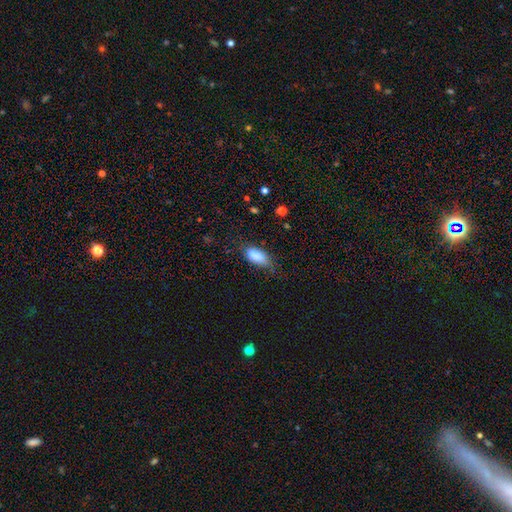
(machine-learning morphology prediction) A smooth galaxy with no disk features (85%) that is in between round and cigar-shaped (86%).

Vote fractions:
- Smooth or featured? smooth: 85% / featured or disk: 8% / star or artifact: 7%
- How rounded? in between: 86% / cigar-shaped: 11% / round: 3%
- Merging? none: 60% / minor disturbance: 30% / major disturbance: 9% / merger: 2%